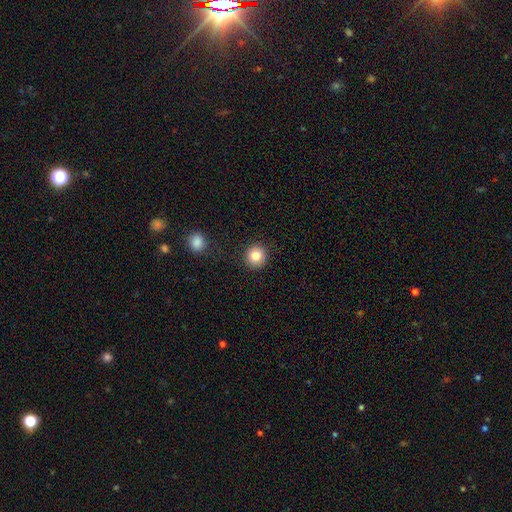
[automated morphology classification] Smooth or featured? smooth (82%)
How rounded? round (93%)
Merging? none (90%)